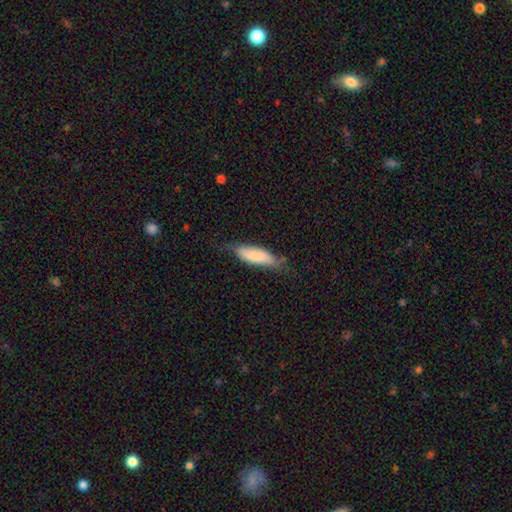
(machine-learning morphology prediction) smooth-or-featured: smooth: 78% | featured or disk: 16% | star or artifact: 6%
  how-rounded: in between: 51% | cigar-shaped: 48% | round: 2%
  merging: none: 61% | minor disturbance: 30% | major disturbance: 8% | merger: 2%